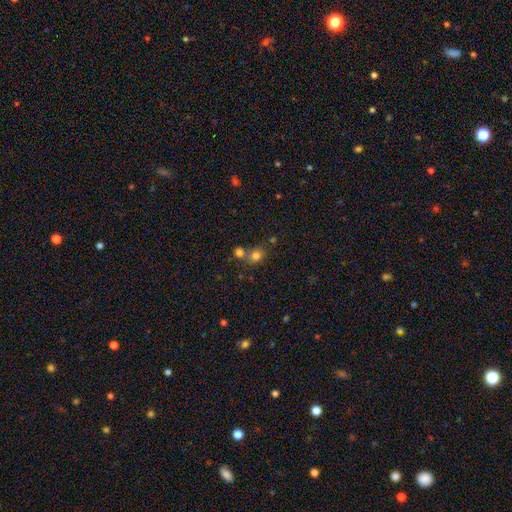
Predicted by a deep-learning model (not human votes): A smooth galaxy with no disk features (78%) that is round (73%).

Vote fractions:
- Smooth or featured? smooth: 78% / star or artifact: 14% / featured or disk: 8%
- How rounded? round: 73% / in between: 26% / cigar-shaped: 1%
- Merging? none: 50% / merger: 39% / minor disturbance: 8% / major disturbance: 3%